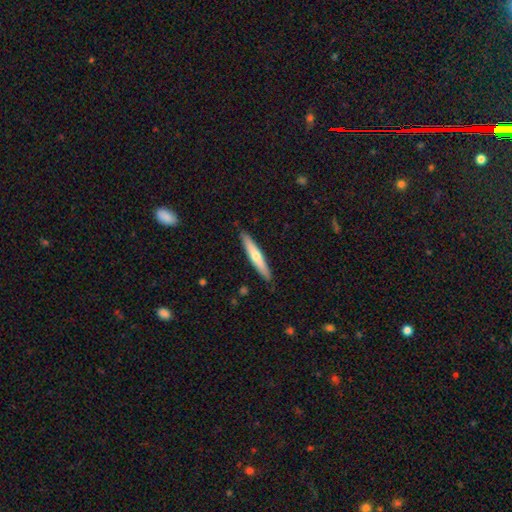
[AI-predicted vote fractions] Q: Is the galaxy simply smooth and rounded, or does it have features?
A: smooth — 55%.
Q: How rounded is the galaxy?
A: cigar-shaped — 92%.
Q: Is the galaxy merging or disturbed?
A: none — 90%.